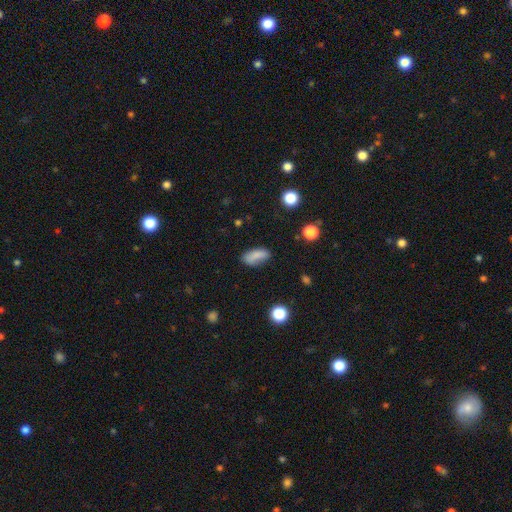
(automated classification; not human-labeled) smooth 82%, star or artifact 9%, featured or disk 8%. Down the decision tree: how rounded — in between (84%); merging — none (65%).